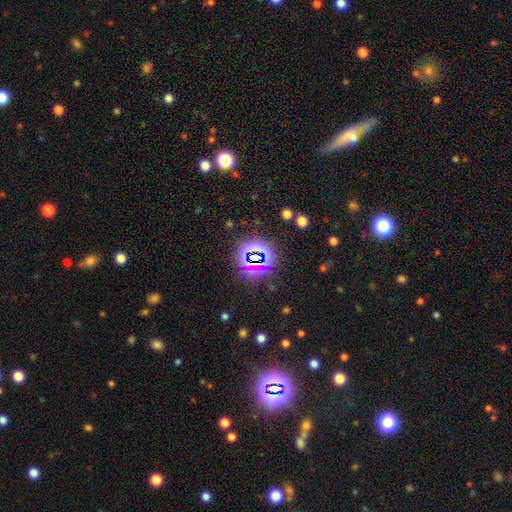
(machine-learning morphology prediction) type=star or artifact (76%).